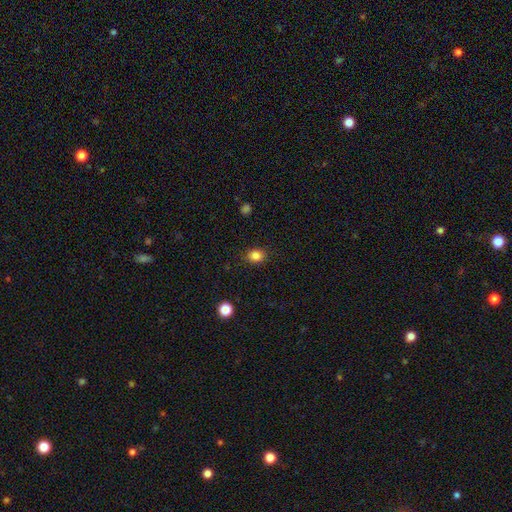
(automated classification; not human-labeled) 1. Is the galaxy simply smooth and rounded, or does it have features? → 84% smooth, 12% star or artifact, 4% featured or disk.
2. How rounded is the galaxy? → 61% round, 38% in between, 1% cigar-shaped.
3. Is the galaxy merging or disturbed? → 87% none, 9% minor disturbance, 3% major disturbance, 1% merger.